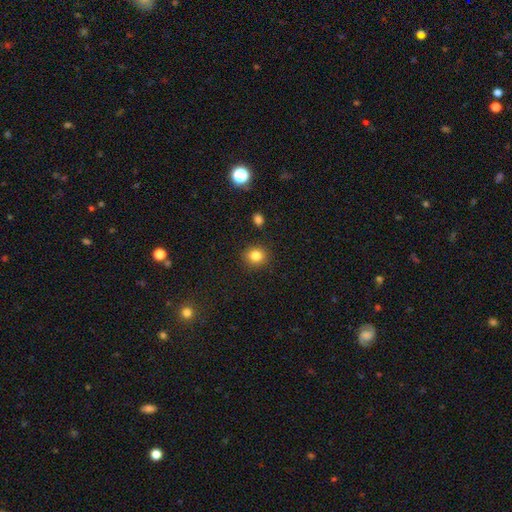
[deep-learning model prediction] Smooth or featured?
  - smooth: 83% *
  - star or artifact: 12%
  - featured or disk: 6%
How rounded?
  - round: 80% *
  - in between: 19%
  - cigar-shaped: 1%
Merging?
  - none: 89% *
  - minor disturbance: 7%
  - major disturbance: 2%
  - merger: 2%